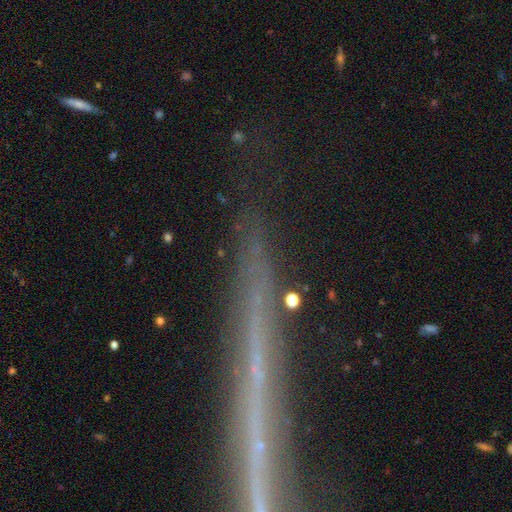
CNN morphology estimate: type=featured or disk (58%); edge-on=yes (87%); edge-on bulge=none (83%); merging=none (77%).